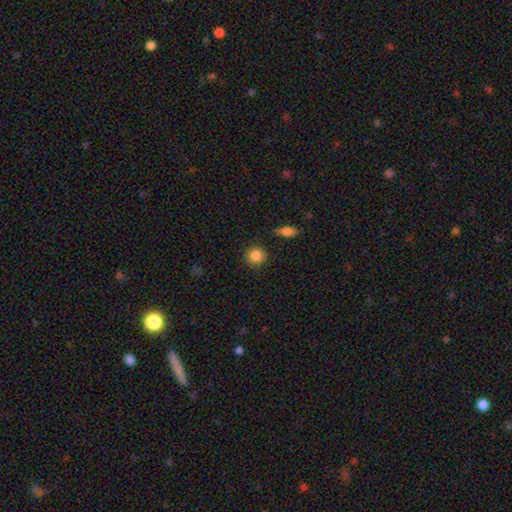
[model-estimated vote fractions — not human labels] This is clearly a smooth galaxy (86%). How rounded: clearly round (91%). Merging: clearly none (88%).